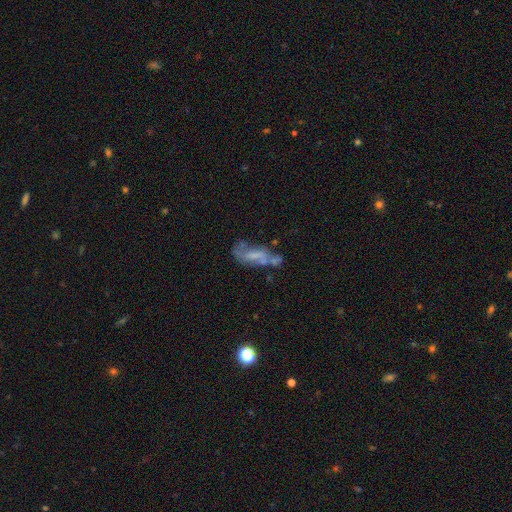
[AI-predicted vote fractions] Smooth or featured? featured or disk (54%)
Edge-on disk? no (88%)
Merging? none (34%)